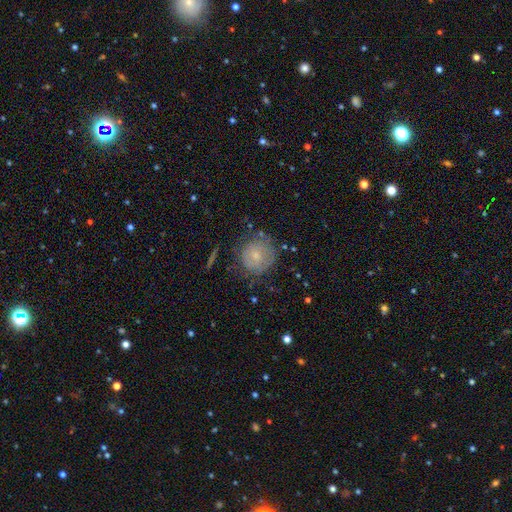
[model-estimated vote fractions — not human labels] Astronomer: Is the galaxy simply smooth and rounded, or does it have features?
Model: smooth — 63%.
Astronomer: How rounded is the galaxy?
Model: round — 88%.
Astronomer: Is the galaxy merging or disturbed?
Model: none — 66%.